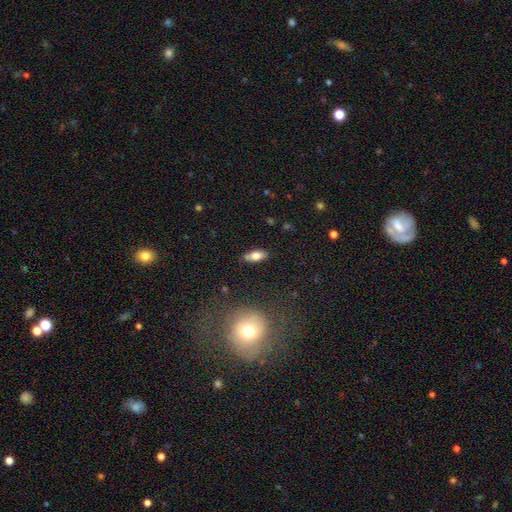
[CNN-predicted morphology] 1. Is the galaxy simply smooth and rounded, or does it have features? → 76% smooth, 16% featured or disk, 8% star or artifact.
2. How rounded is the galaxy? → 86% in between, 10% cigar-shaped, 4% round.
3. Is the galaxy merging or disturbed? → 76% none, 16% minor disturbance, 5% merger, 3% major disturbance.